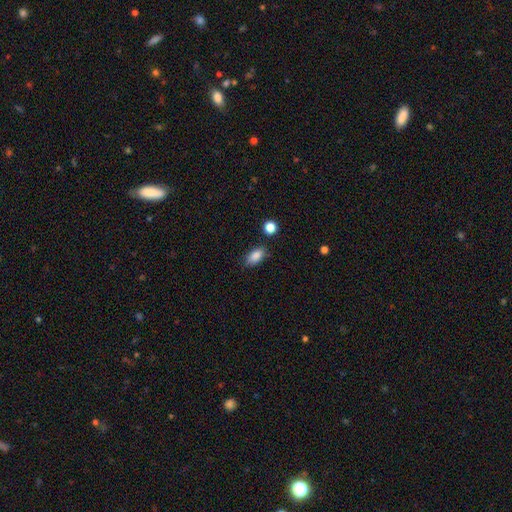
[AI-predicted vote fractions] Q: Smooth or featured?
A: smooth (87%); runner-up: star or artifact (8%)
Q: How rounded?
A: in between (89%); runner-up: cigar-shaped (5%)
Q: Merging?
A: none (79%); runner-up: minor disturbance (15%)